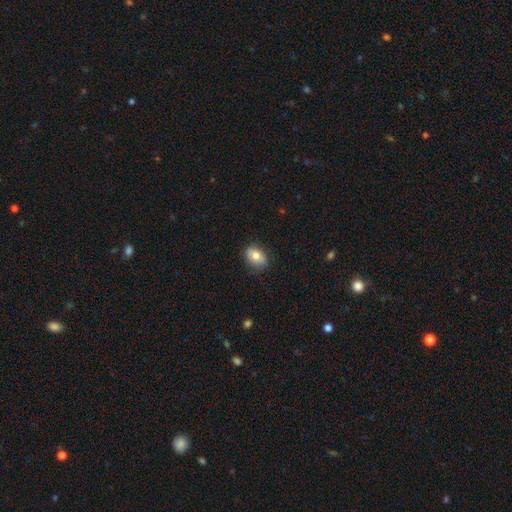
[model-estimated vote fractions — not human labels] A smooth galaxy with no disk features (76%) that is in between round and cigar-shaped (71%). Merging: none (80%).